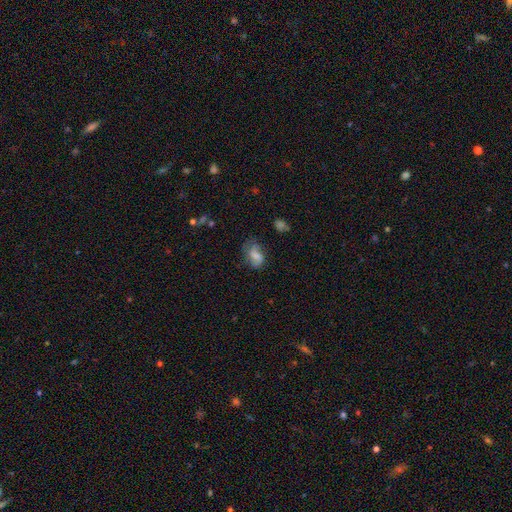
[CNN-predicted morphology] Smooth or featured? Predicted: smooth (p=0.53). How rounded? Predicted: in between (p=0.82). Merging? Predicted: none (p=0.45).